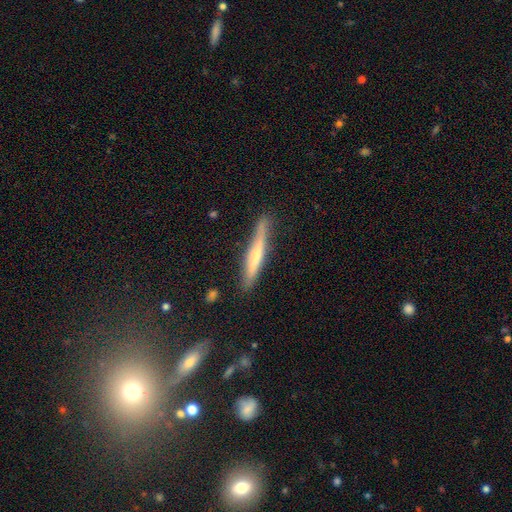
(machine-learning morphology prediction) A smooth galaxy with no disk features (50%) that is cigar-shaped (95%). Merging: none (82%).